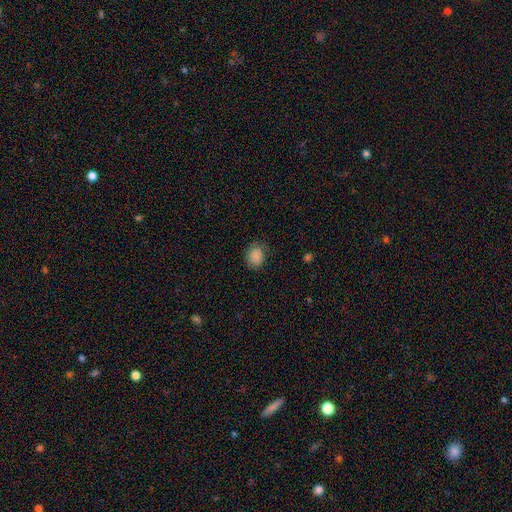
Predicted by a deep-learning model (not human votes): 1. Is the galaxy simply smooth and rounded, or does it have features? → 87% smooth, 9% star or artifact, 4% featured or disk.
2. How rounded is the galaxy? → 53% round, 46% in between, 1% cigar-shaped.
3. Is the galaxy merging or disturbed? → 75% none, 19% minor disturbance, 5% major disturbance, 1% merger.